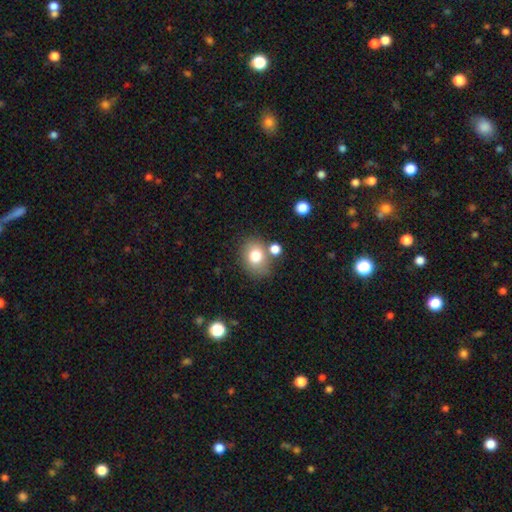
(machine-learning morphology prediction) The model was most divided on "how rounded": round: 51%, in between: 48%, cigar-shaped: 1%. More confident: smooth or featured — smooth (77%); merging — none (68%).